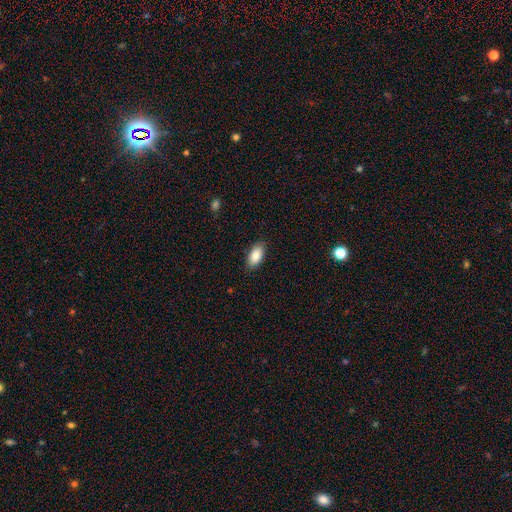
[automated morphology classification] This is clearly a smooth galaxy (86%). How rounded: clearly in between (93%). Merging: clearly none (87%).